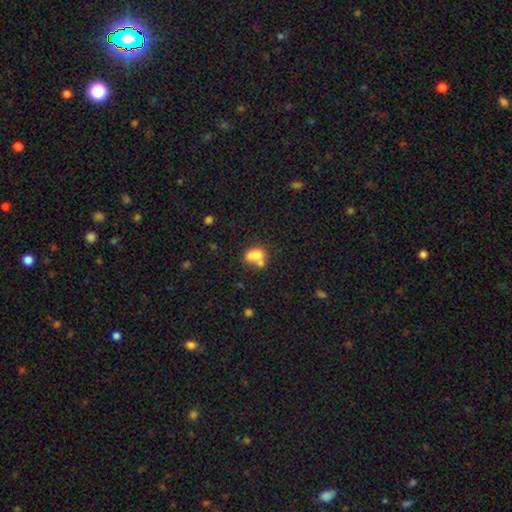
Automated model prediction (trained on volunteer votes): Q: Smooth or featured?
A: smooth (71%); runner-up: featured or disk (18%)
Q: How rounded?
A: in between (60%); runner-up: round (38%)
Q: Merging?
A: merger (49%); runner-up: none (31%)